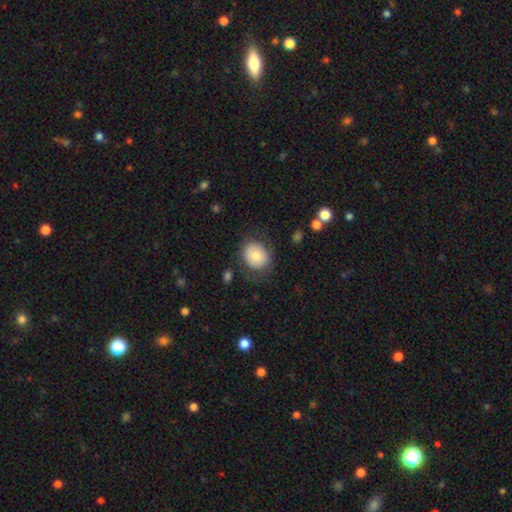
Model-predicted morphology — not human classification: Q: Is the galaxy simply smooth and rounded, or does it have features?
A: smooth — 75%.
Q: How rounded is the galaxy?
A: round — 58%.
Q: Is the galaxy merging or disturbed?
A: none — 70%.